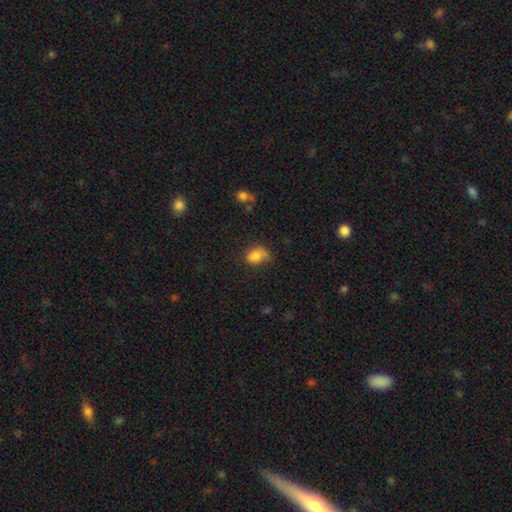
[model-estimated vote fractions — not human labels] Smooth or featured? Predicted: smooth (p=0.74). How rounded? Predicted: in between (p=0.67). Merging? Predicted: none (p=0.37).